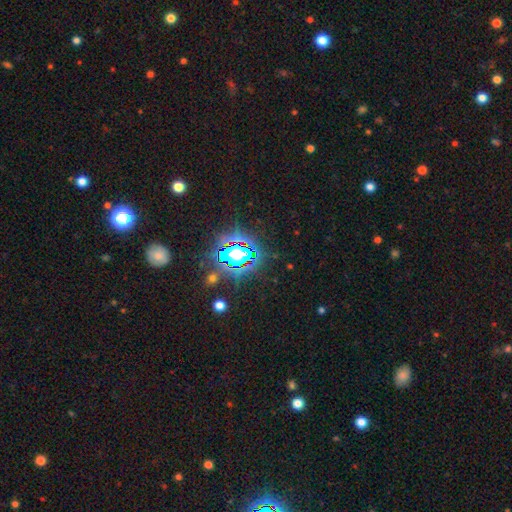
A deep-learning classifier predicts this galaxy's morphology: The model was most divided on "smooth or featured": star or artifact: 76%, smooth: 14%, featured or disk: 10%.